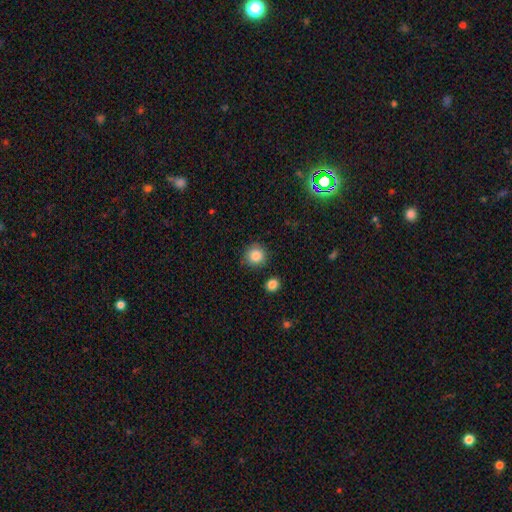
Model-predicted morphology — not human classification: This appears to be a smooth galaxy with no disk features (86%) that is round (92%). Merging: none (86%).